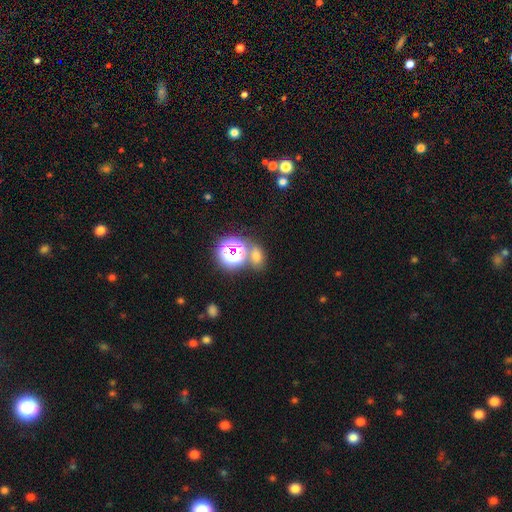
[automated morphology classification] Smooth or featured?
  - smooth: 57% *
  - star or artifact: 34%
  - featured or disk: 9%
How rounded?
  - in between: 57% *
  - round: 41%
  - cigar-shaped: 2%
Merging?
  - none: 58% *
  - merger: 26%
  - minor disturbance: 11%
  - major disturbance: 5%